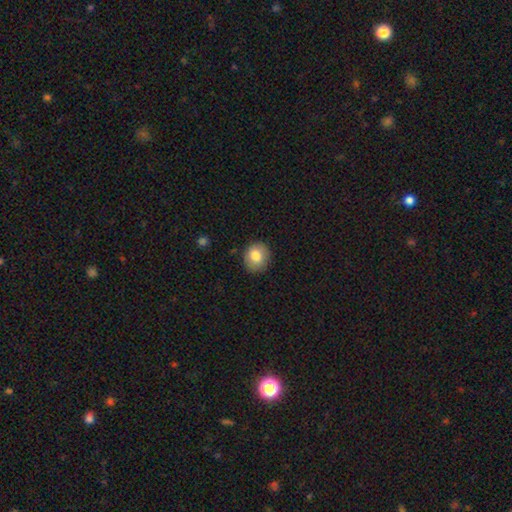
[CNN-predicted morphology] This is clearly a smooth galaxy (81%). How rounded: likely round (71%). Merging: clearly none (87%).